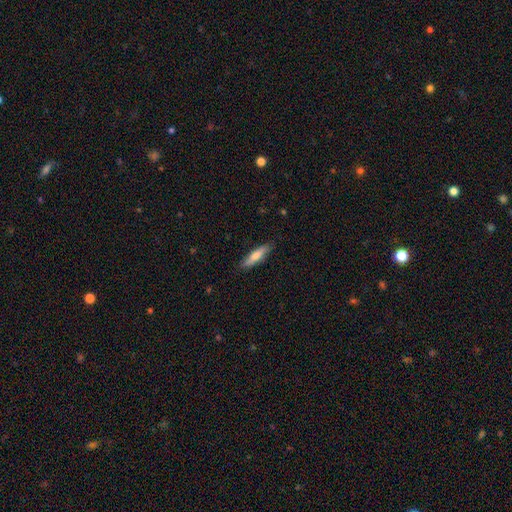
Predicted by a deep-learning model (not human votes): This is likely a smooth galaxy (69%). How rounded: likely cigar-shaped (78%). Merging: clearly none (86%).